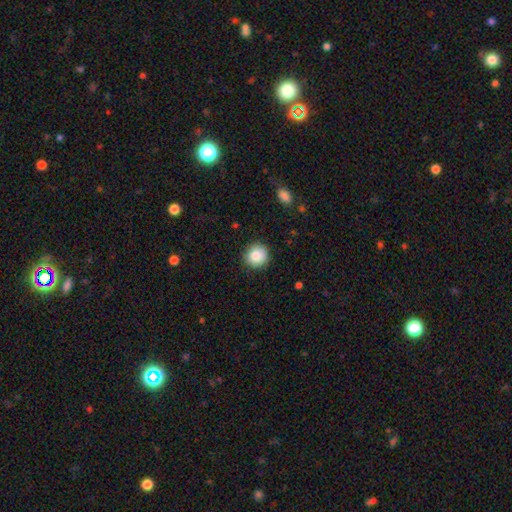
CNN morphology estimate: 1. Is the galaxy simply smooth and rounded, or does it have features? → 85% smooth, 9% star or artifact, 6% featured or disk.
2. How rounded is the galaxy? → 92% round, 7% in between, 1% cigar-shaped.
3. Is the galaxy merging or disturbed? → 88% none, 9% minor disturbance, 2% major disturbance, 1% merger.